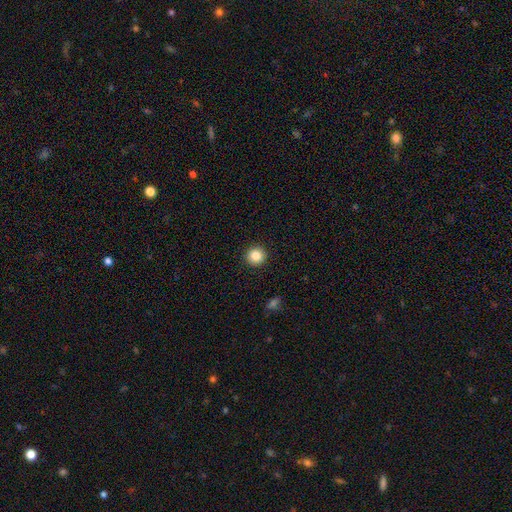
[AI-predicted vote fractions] Morphology: type=smooth (84%); roundness=round (95%); merging=none (93%).